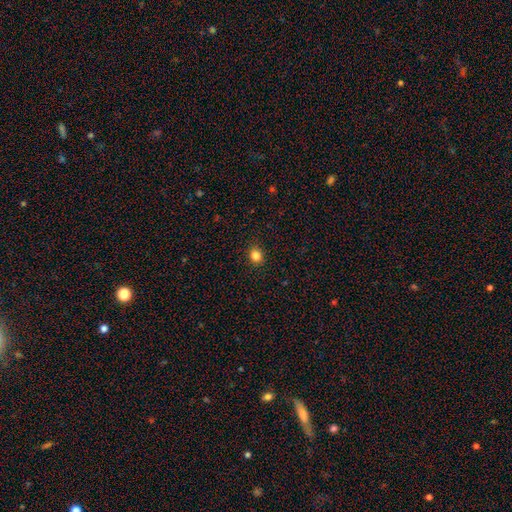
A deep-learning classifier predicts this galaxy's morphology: Overall: smooth (83%). How rounded: round (76%). Merging: none (91%).